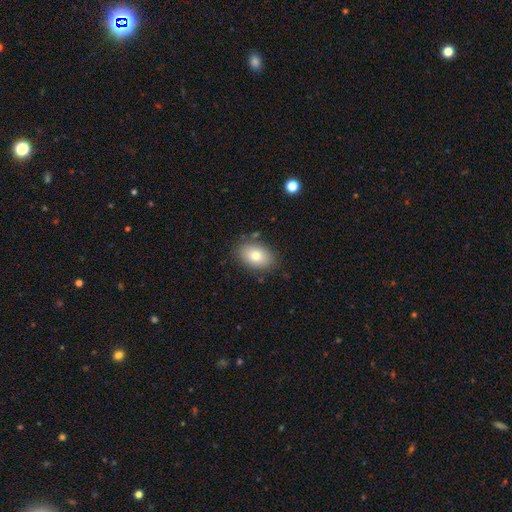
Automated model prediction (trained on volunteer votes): smooth 79%, featured or disk 13%, star or artifact 8%. Down the decision tree: how rounded — in between (85%); merging — none (83%).